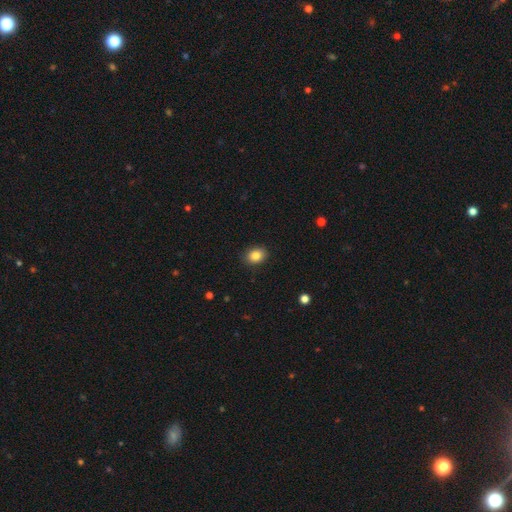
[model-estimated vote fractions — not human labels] A smooth galaxy with no disk features (85%) that is in between round and cigar-shaped (57%).

Vote fractions:
- Smooth or featured? smooth: 85% / star or artifact: 9% / featured or disk: 6%
- How rounded? in between: 57% / round: 42% / cigar-shaped: 1%
- Merging? none: 89% / minor disturbance: 8% / major disturbance: 2% / merger: 1%